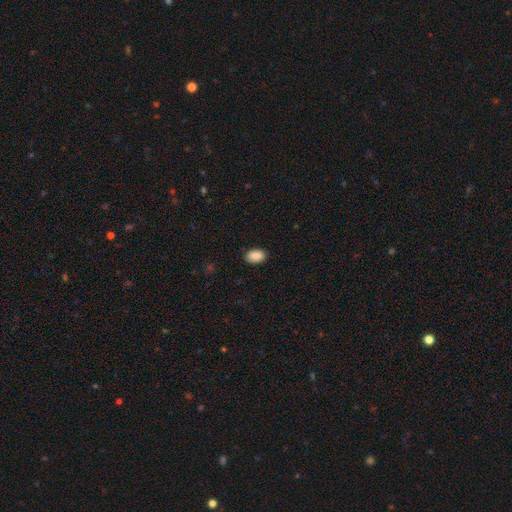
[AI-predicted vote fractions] Morphology: type=smooth (89%); roundness=in between (91%); merging=none (87%).